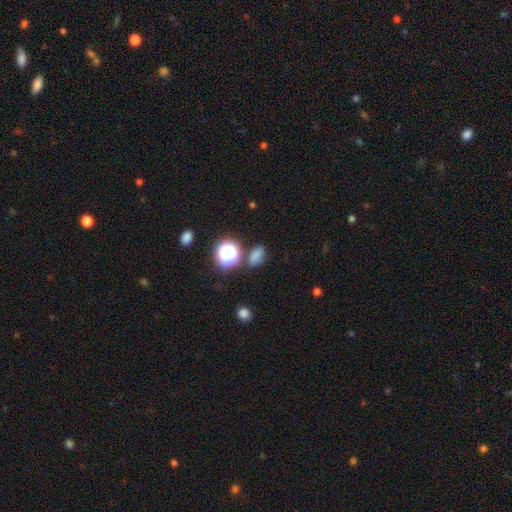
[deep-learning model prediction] smooth_or_featured: smooth (p=0.72) [alt: star or artifact p=0.21]
how_rounded: in between (p=0.72) [alt: round p=0.25]
merging: none (p=0.71) [alt: minor disturbance p=0.16]